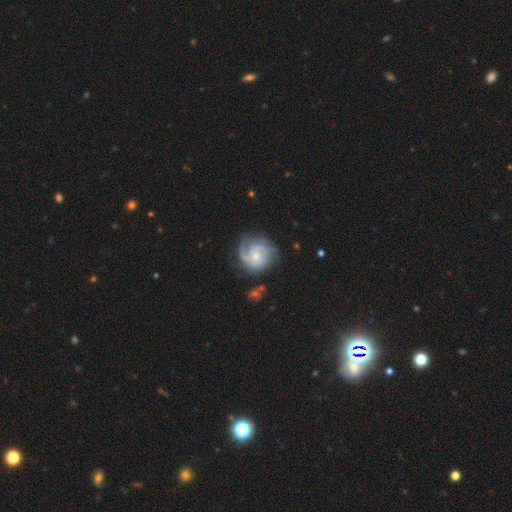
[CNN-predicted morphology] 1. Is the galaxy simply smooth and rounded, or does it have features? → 83% featured or disk, 12% smooth, 5% star or artifact.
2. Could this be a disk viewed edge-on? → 98% no, 2% yes.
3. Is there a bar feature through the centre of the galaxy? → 72% no, 25% weak, 4% strong.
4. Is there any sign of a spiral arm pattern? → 96% yes, 4% no.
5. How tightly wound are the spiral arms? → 53% tight, 37% medium, 10% loose.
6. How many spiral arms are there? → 35% 2, 31% 3, 18% can't tell, 8% 1, 5% 4, 4% more than 4.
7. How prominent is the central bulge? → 61% small, 32% moderate, 3% none, 2% large, 1% dominant.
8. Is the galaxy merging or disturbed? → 70% none, 19% minor disturbance, 9% major disturbance, 2% merger.